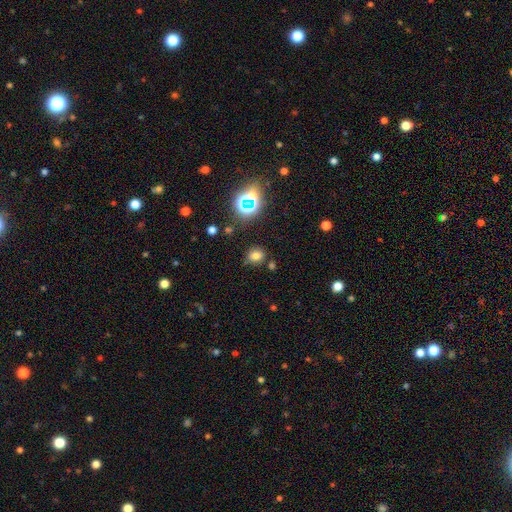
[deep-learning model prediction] This is likely a smooth galaxy (69%). How rounded: likely round (65%). Merging: clearly none (81%).